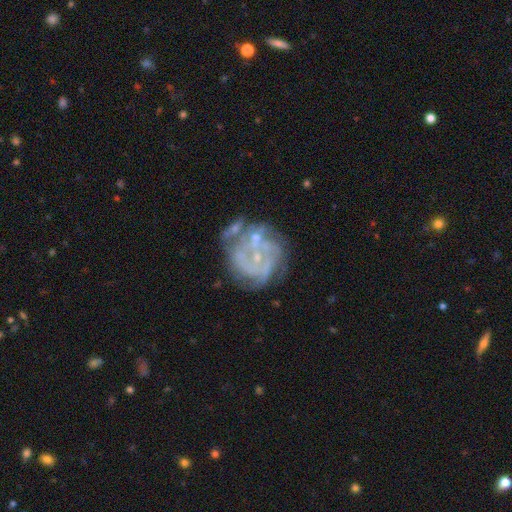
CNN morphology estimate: A featured or disk galaxy (78%) with no bar (70%), tight (54%) spiral arms (73%) and a small central bulge (72%). Merging: none (50%).